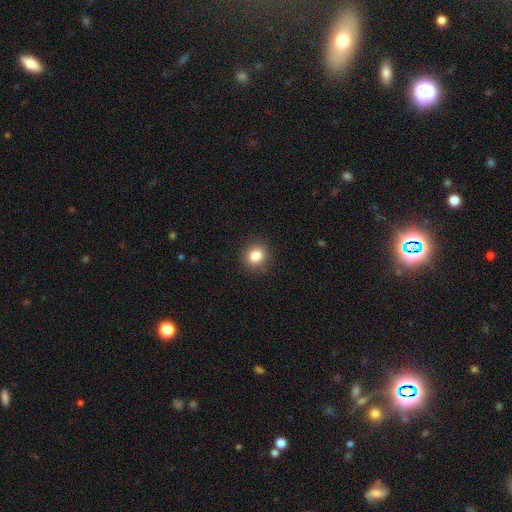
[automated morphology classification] Smooth or featured: smooth — 84% (star or artifact — 10%)
How rounded: round — 80% (in between — 19%)
Merging: none — 89% (minor disturbance — 8%)